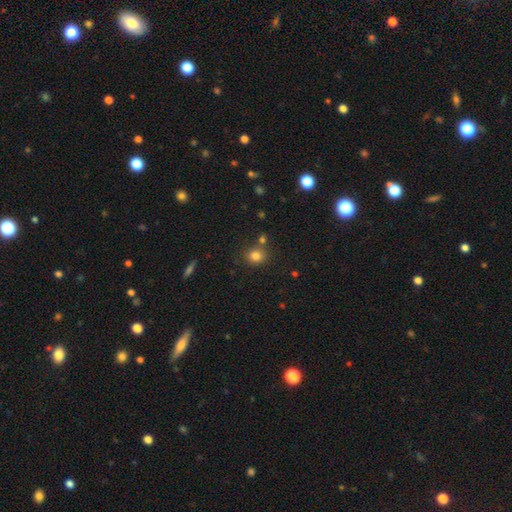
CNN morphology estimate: Smooth or featured? Predicted: smooth (p=0.81). How rounded? Predicted: round (p=0.75). Merging? Predicted: none (p=0.74).